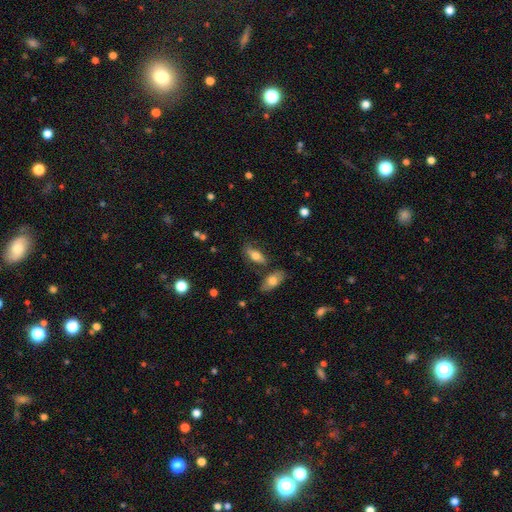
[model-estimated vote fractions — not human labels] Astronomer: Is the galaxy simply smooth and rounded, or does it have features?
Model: smooth — 67%.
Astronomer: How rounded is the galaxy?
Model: in between — 78%.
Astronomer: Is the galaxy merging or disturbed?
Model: none — 66%.